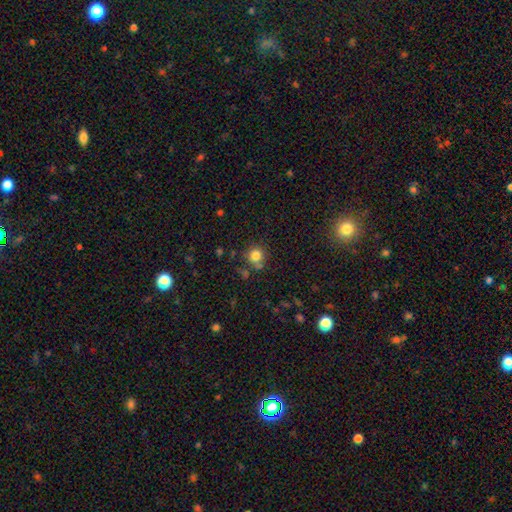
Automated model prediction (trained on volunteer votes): A smooth galaxy with no disk features (81%) that is round (90%). Merging: none (71%).